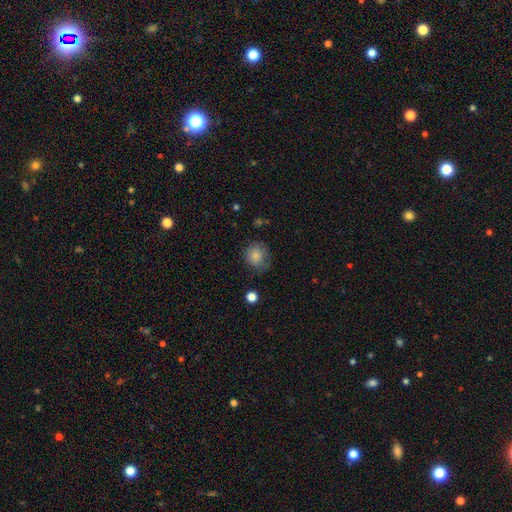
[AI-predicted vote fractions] Smooth or featured: smooth — 84% (star or artifact — 9%)
How rounded: round — 86% (in between — 13%)
Merging: none — 73% (minor disturbance — 20%)